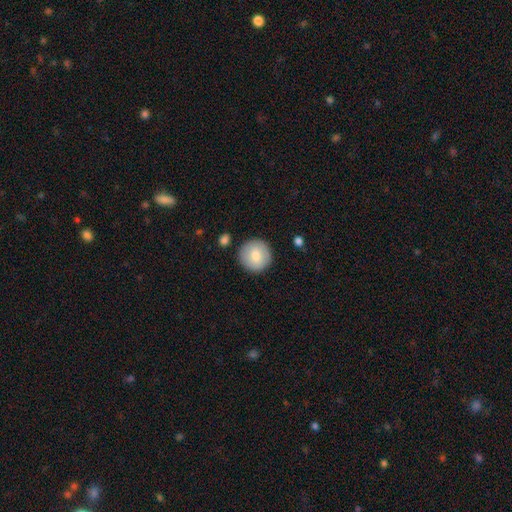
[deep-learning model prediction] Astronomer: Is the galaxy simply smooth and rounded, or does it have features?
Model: smooth — 80%.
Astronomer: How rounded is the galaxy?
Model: round — 95%.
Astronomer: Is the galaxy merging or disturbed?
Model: none — 88%.